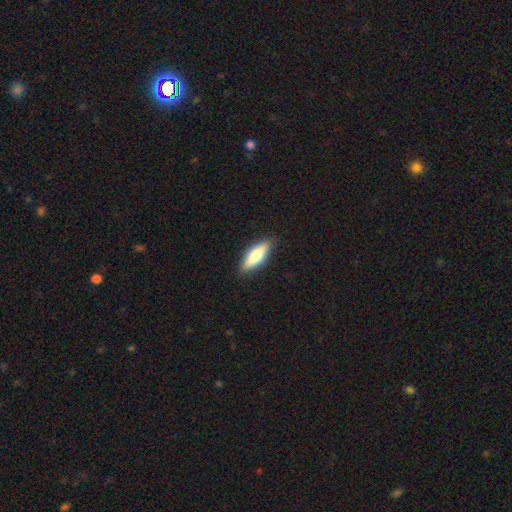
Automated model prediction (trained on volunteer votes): Morphology: type=smooth (77%); roundness=in between (50%); merging=none (88%).